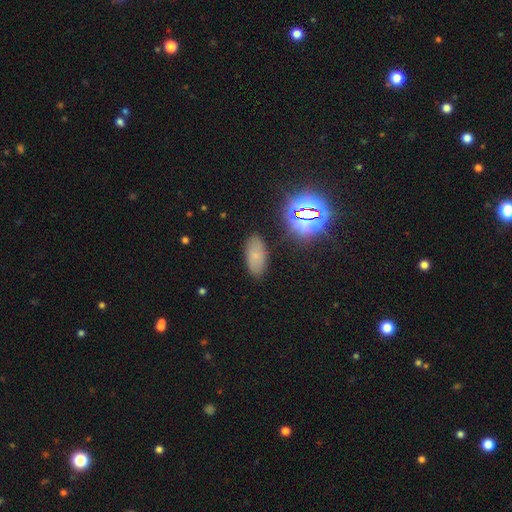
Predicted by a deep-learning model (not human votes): Smooth or featured: smooth — 66% (star or artifact — 22%)
How rounded: in between — 92% (cigar-shaped — 4%)
Merging: none — 84% (minor disturbance — 11%)